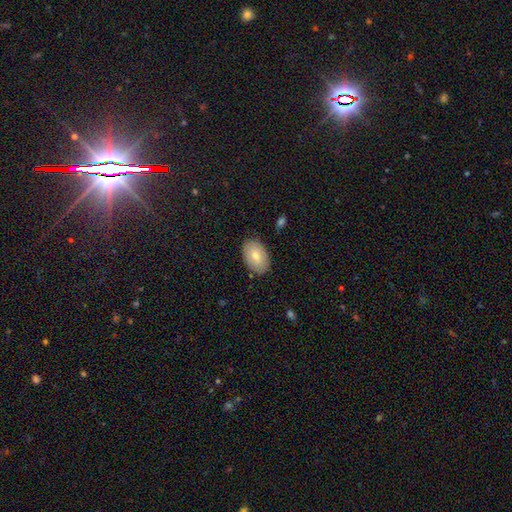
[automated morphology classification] Smooth or featured? smooth (78%)
How rounded? in between (92%)
Merging? none (86%)